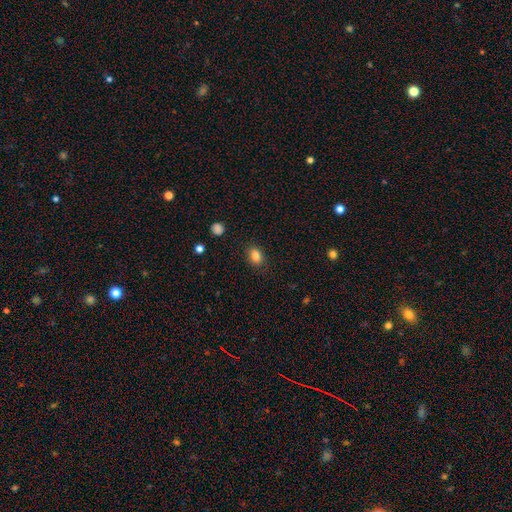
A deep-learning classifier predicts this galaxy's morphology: Smooth or featured? Predicted: smooth (p=0.85). How rounded? Predicted: in between (p=0.74). Merging? Predicted: none (p=0.85).